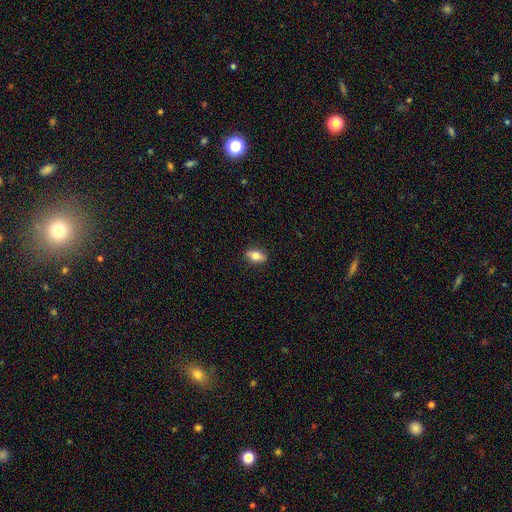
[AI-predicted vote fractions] Smooth or featured?
  - smooth: 76% *
  - featured or disk: 16%
  - star or artifact: 7%
How rounded?
  - in between: 85% *
  - cigar-shaped: 9%
  - round: 7%
Merging?
  - none: 88% *
  - minor disturbance: 9%
  - major disturbance: 2%
  - merger: 1%